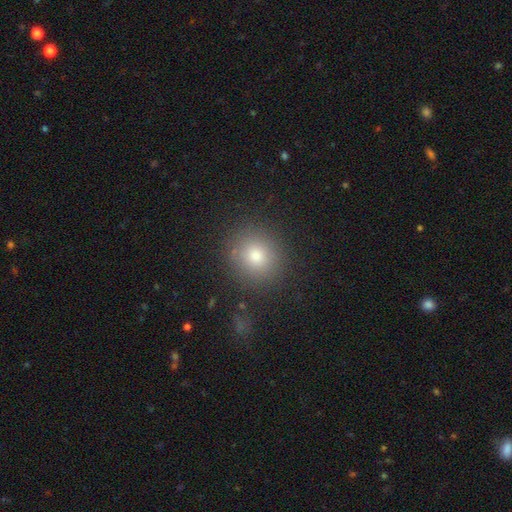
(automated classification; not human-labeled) A smooth galaxy with no disk features (77%) that is round (87%). Merging: none (87%).